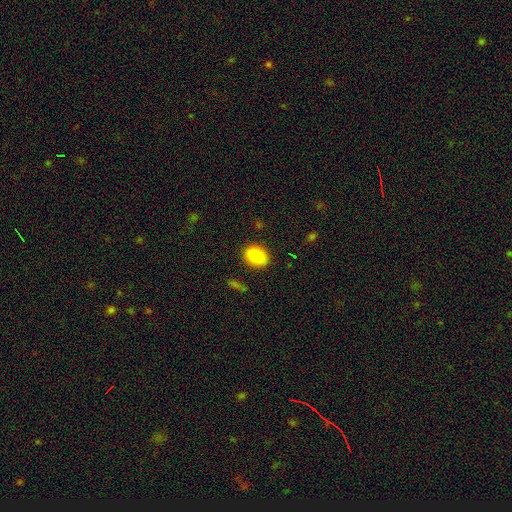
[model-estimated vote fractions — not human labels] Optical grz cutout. It shows a smooth galaxy with no disk features (88%) that is in between round and cigar-shaped (76%). Merging: none (85%).